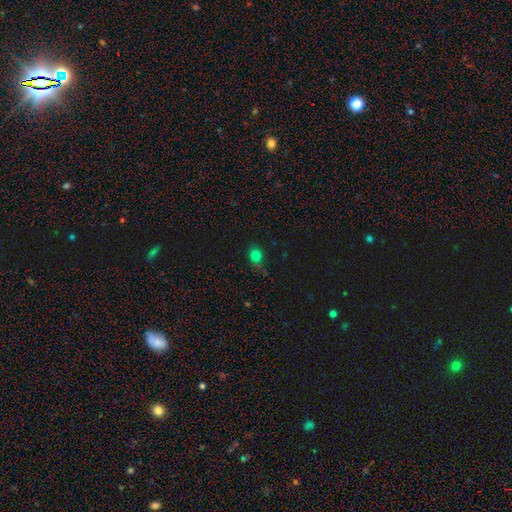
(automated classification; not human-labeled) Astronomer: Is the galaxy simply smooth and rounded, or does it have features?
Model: smooth — 77%.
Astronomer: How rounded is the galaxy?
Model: round — 61% (runner-up: in between, 38%).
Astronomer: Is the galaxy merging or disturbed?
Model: none — 70%.